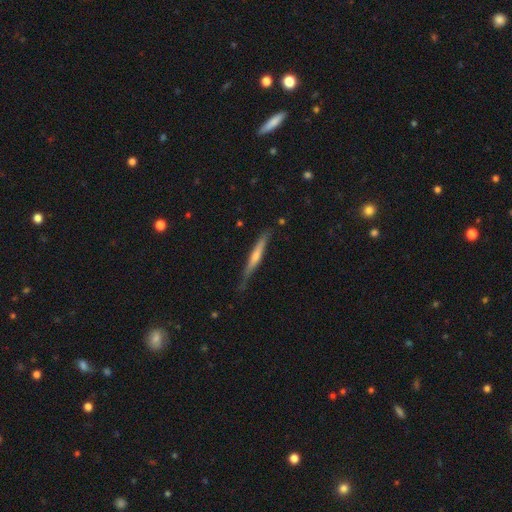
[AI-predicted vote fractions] This appears to be a featured or disk galaxy (58%) viewed edge-on (96%) with a rounded central bulge (58%). Merging: none (77%).